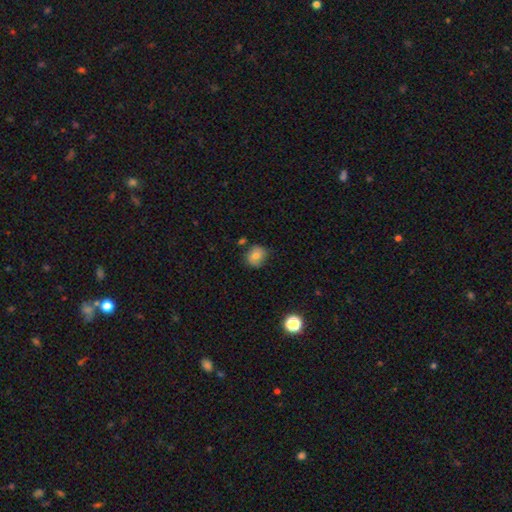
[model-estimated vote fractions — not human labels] Q: Smooth or featured?
A: smooth (73%); runner-up: featured or disk (16%)
Q: How rounded?
A: round (78%); runner-up: in between (21%)
Q: Merging?
A: none (71%); runner-up: minor disturbance (21%)